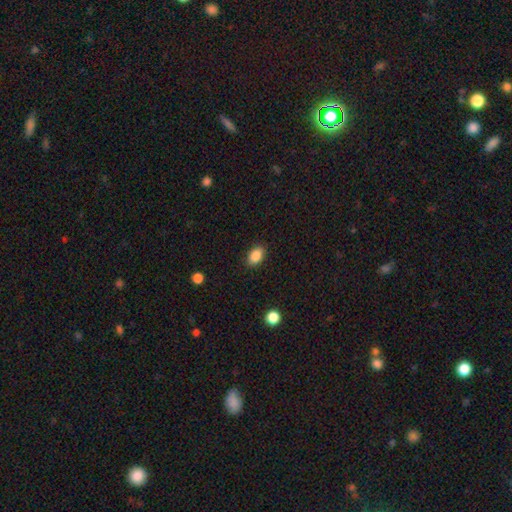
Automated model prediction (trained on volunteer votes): A smooth galaxy with no disk features (88%) that is in between round and cigar-shaped (89%).

Vote fractions:
- Smooth or featured? smooth: 88% / star or artifact: 8% / featured or disk: 4%
- How rounded? in between: 89% / round: 9% / cigar-shaped: 2%
- Merging? none: 88% / minor disturbance: 9% / major disturbance: 2% / merger: 1%